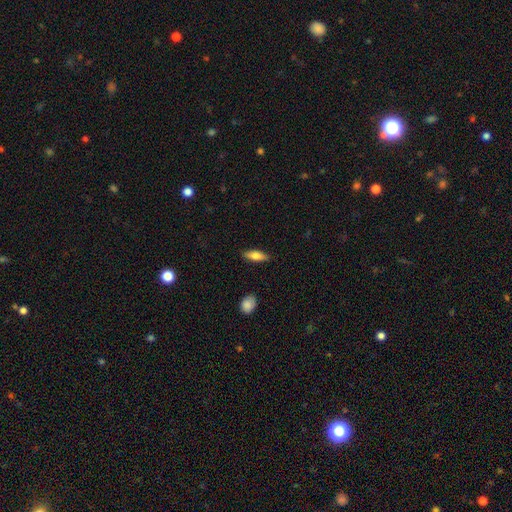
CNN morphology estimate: Q: Smooth or featured?
A: smooth (69%); runner-up: featured or disk (25%)
Q: How rounded?
A: in between (54%); runner-up: cigar-shaped (43%)
Q: Merging?
A: none (88%); runner-up: minor disturbance (9%)